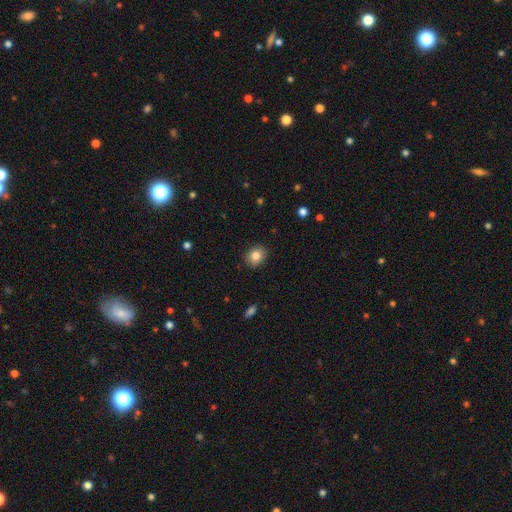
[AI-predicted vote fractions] Smooth or featured?
  - smooth: 83% *
  - star or artifact: 9%
  - featured or disk: 7%
How rounded?
  - round: 60% *
  - in between: 39%
  - cigar-shaped: 1%
Merging?
  - none: 89% *
  - minor disturbance: 8%
  - major disturbance: 2%
  - merger: 1%